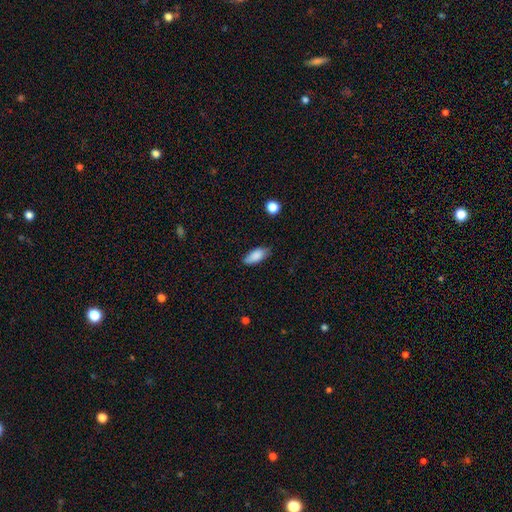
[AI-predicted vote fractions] A smooth galaxy with no disk features (84%) that is in between round and cigar-shaped (82%). Merging: none (76%).